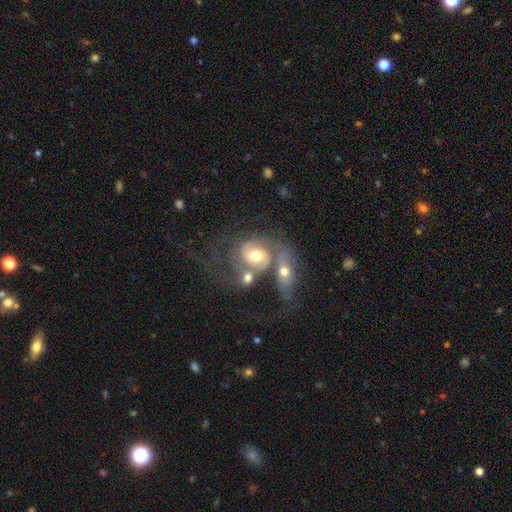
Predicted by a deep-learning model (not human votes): Overall: featured or disk (76%). Edge-on disk: no (96%). Bar: no (65%; weak 28%). Spiral arms: yes (90%). Spiral arm count: 2 (67%). Spiral winding: tight (42%; medium 41%). Bulge size: moderate (72%). Merging: merger (55%; none 22%).